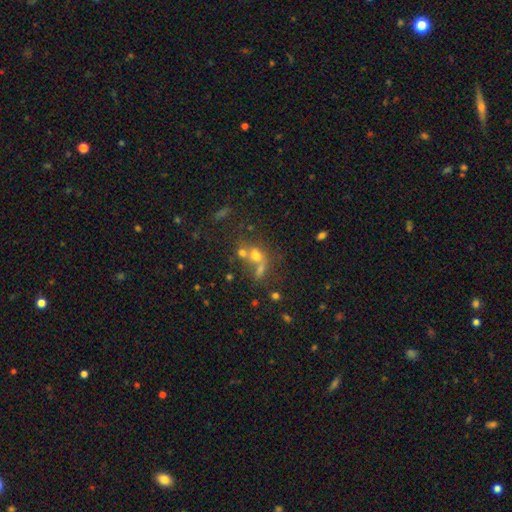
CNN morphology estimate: Smooth or featured: smooth — 54% (featured or disk — 23%)
How rounded: round — 60% (in between — 37%)
Merging: merger — 50% (none — 31%)